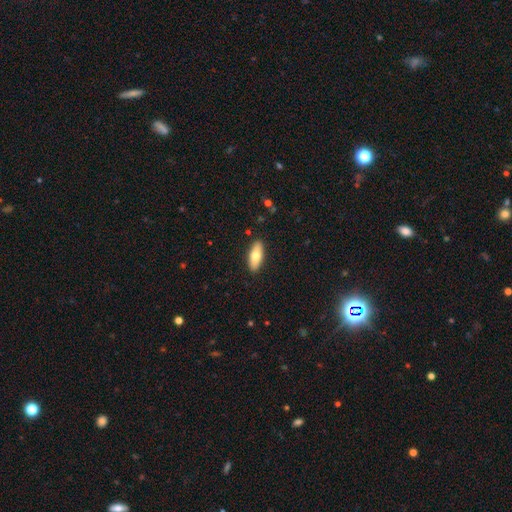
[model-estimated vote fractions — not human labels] smooth_or_featured: smooth (p=0.70) [alt: featured or disk p=0.24]
how_rounded: in between (p=0.74) [alt: cigar-shaped p=0.24]
merging: none (p=0.90) [alt: minor disturbance p=0.08]